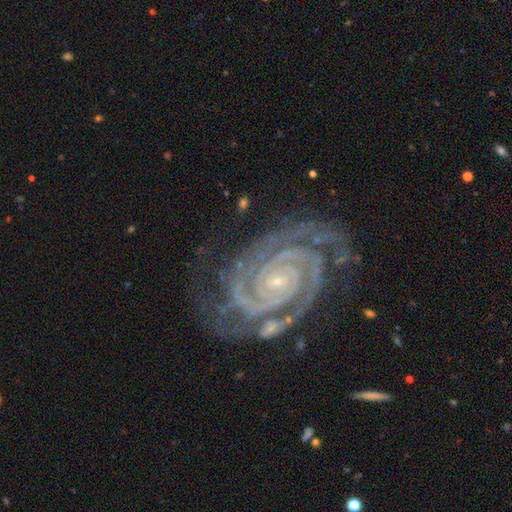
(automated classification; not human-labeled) This appears to be a featured or disk galaxy (92%) with no bar (69%), 2 (59%) tight (85%) spiral arms (99%) and a small central bulge (86%). Merging: none (78%).